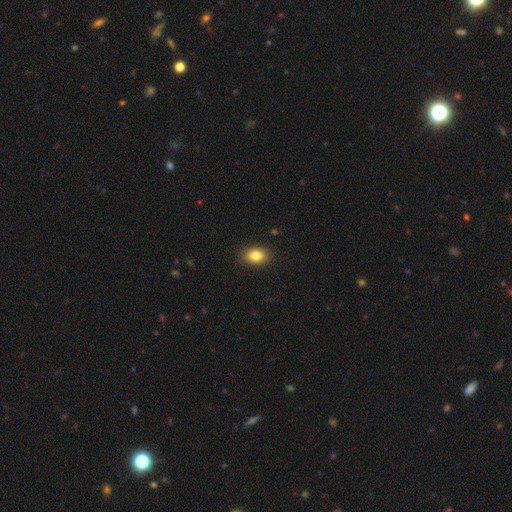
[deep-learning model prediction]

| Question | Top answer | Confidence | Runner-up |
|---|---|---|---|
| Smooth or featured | smooth | 83% | star or artifact (9%) |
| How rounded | in between | 77% | round (21%) |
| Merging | none | 89% | minor disturbance (8%) |